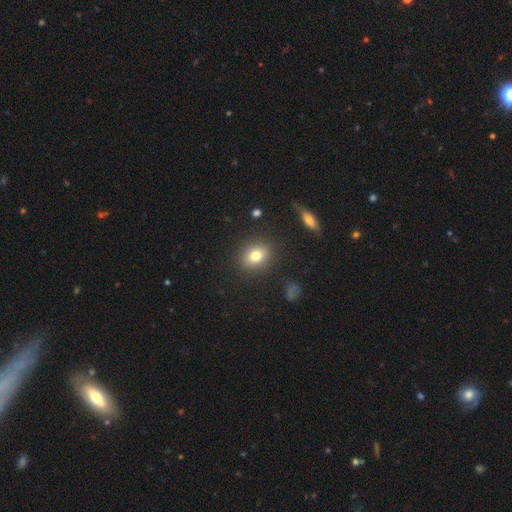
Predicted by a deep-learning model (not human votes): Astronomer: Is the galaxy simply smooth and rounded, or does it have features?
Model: smooth — 79%.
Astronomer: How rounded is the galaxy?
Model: round — 56% (runner-up: in between, 42%).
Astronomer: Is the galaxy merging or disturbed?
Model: none — 86%.